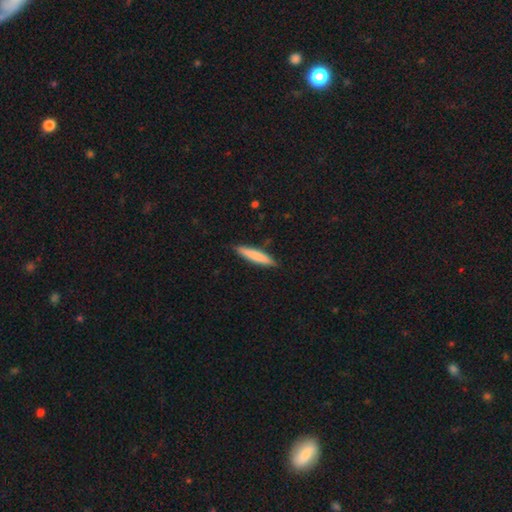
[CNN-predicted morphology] type=smooth (79%); roundness=cigar-shaped (90%); merging=none (88%).